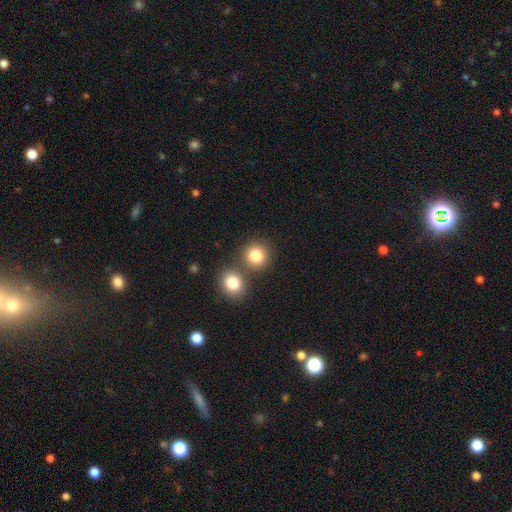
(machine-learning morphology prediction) Smooth or featured? smooth (82%)
How rounded? round (87%)
Merging? none (65%)